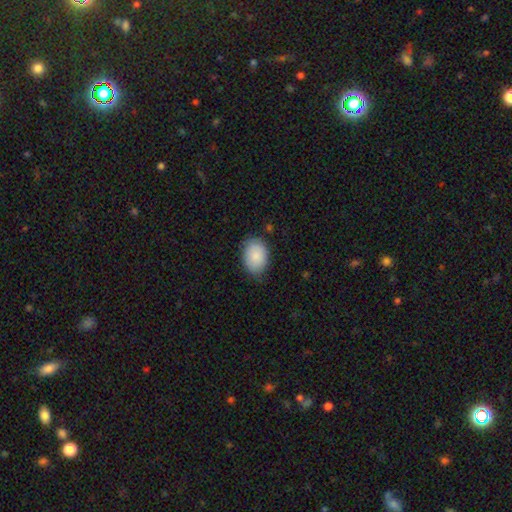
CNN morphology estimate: The model was most divided on "how rounded": in between: 78%, round: 21%, cigar-shaped: 1%. More confident: smooth or featured — smooth (88%); merging — none (79%).